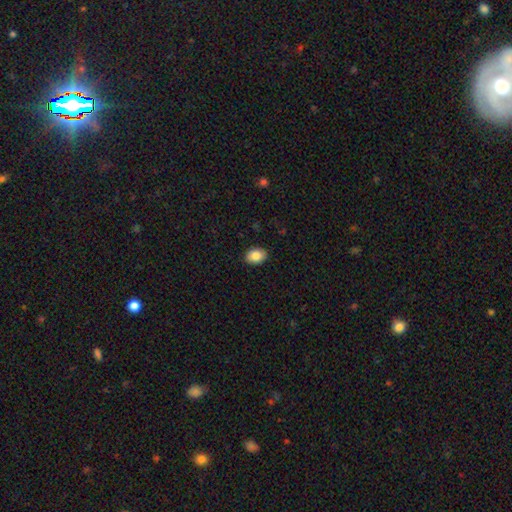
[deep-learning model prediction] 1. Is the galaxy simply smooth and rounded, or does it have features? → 85% smooth, 8% star or artifact, 7% featured or disk.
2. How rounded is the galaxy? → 75% in between, 24% round, 1% cigar-shaped.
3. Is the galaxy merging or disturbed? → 89% none, 8% minor disturbance, 2% major disturbance, 1% merger.